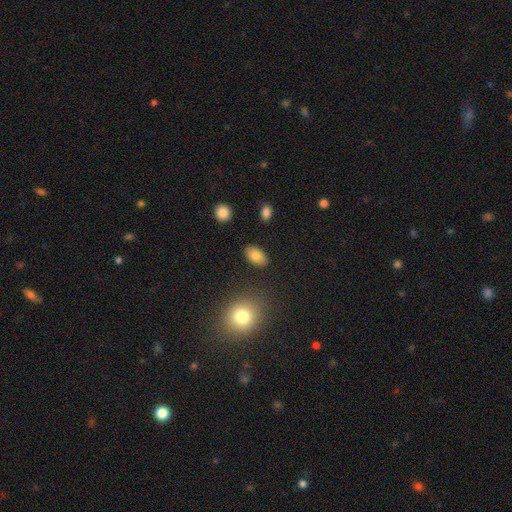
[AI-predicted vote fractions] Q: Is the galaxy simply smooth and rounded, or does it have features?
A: smooth — 81%.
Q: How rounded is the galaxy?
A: in between — 91%.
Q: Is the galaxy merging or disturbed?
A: none — 86%.